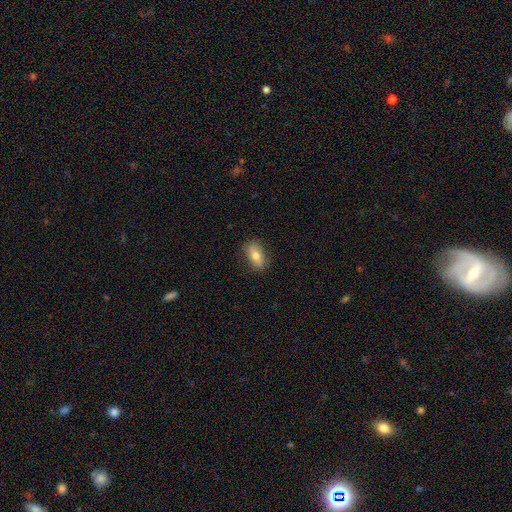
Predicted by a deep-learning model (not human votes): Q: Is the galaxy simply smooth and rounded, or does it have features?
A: smooth — 72%.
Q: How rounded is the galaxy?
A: in between — 85%.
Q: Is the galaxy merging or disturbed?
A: none — 82%.